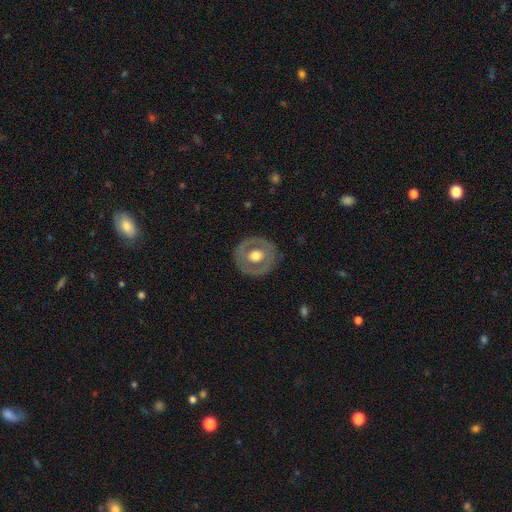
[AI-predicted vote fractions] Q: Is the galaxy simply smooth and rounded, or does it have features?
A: featured or disk — 56%.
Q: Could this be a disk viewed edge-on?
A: no — 95%.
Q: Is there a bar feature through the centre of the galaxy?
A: no — 78%.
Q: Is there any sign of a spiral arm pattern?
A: no — 84%.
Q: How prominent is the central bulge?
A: moderate — 62%.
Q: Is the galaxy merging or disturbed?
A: none — 84%.